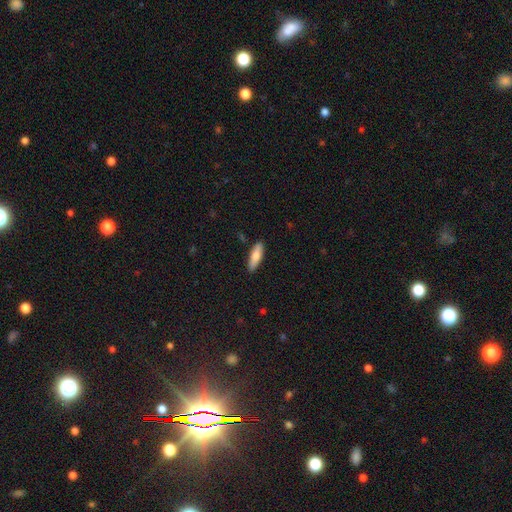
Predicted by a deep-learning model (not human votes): smooth 76%, featured or disk 18%, star or artifact 6%. Down the decision tree: how rounded — cigar-shaped (53%); merging — none (87%).